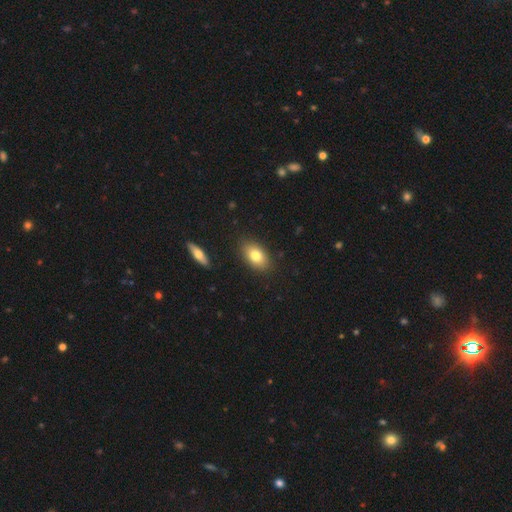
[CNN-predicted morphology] A smooth galaxy with no disk features (78%) that is in between round and cigar-shaped (88%). Merging: none (86%).